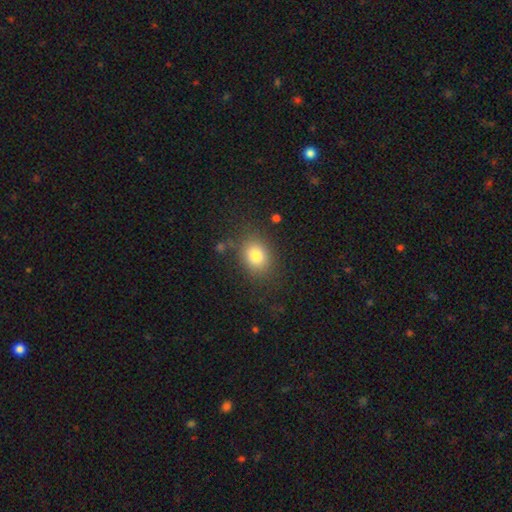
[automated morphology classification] The model was most divided on "how rounded": in between: 50%, round: 49%, cigar-shaped: 1%. More confident: smooth or featured — smooth (80%); merging — none (79%).